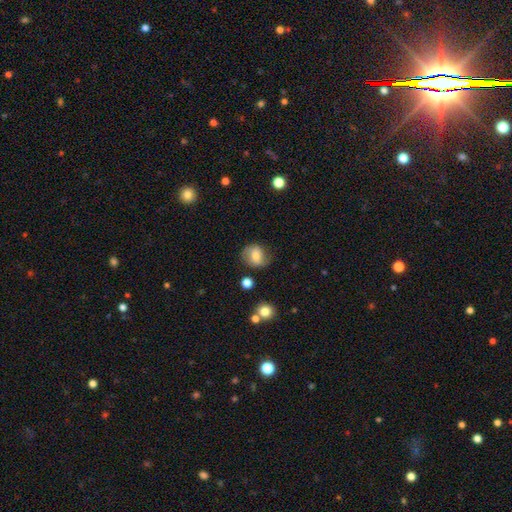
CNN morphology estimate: smooth-or-featured: smooth: 66% | featured or disk: 25% | star or artifact: 9%
  how-rounded: round: 66% | in between: 33% | cigar-shaped: 1%
  merging: none: 67% | minor disturbance: 22% | major disturbance: 8% | merger: 3%